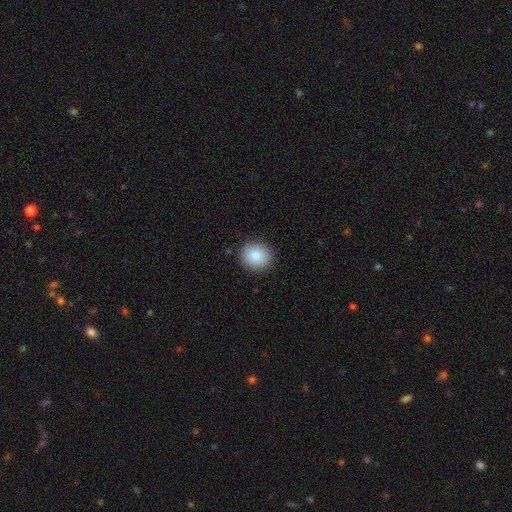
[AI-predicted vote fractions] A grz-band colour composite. It shows a smooth galaxy with no disk features (85%) that is round (88%). Merging: none (90%).